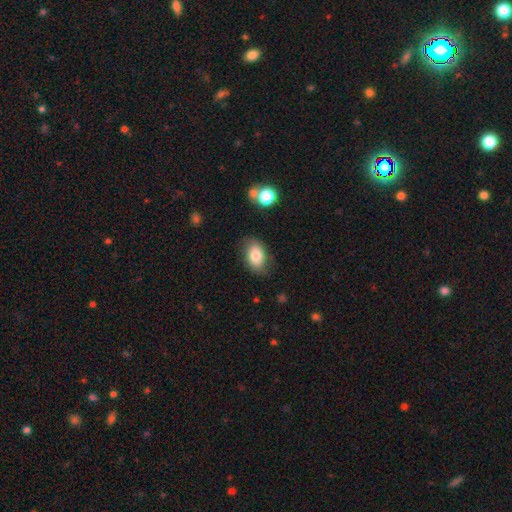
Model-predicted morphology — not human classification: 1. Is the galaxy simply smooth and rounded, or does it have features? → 80% smooth, 12% featured or disk, 8% star or artifact.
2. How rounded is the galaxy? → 88% in between, 10% round, 1% cigar-shaped.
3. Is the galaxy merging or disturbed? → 77% none, 16% minor disturbance, 5% major disturbance, 2% merger.